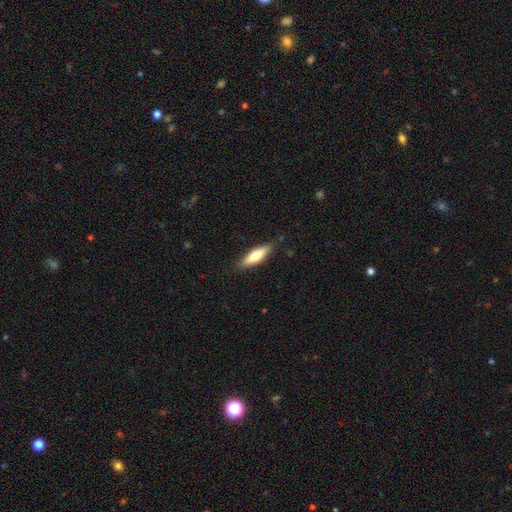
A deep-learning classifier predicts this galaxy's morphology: This appears to be a smooth galaxy with no disk features (63%) that is cigar-shaped (64%). Merging: none (85%).